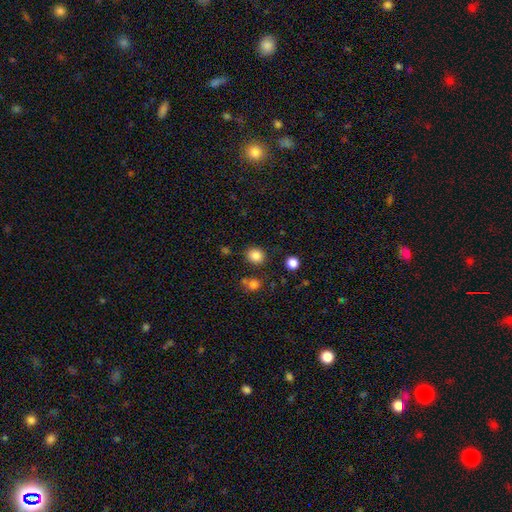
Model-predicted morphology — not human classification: Q: Smooth or featured?
A: smooth (84%); runner-up: star or artifact (11%)
Q: How rounded?
A: round (81%); runner-up: in between (18%)
Q: Merging?
A: none (84%); runner-up: minor disturbance (9%)